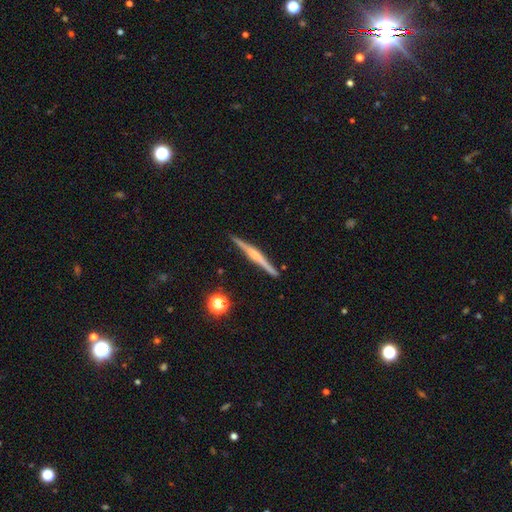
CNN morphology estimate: This appears to be a featured or disk galaxy (76%) viewed edge-on (98%) with a rounded central bulge (62%). Merging: none (91%).